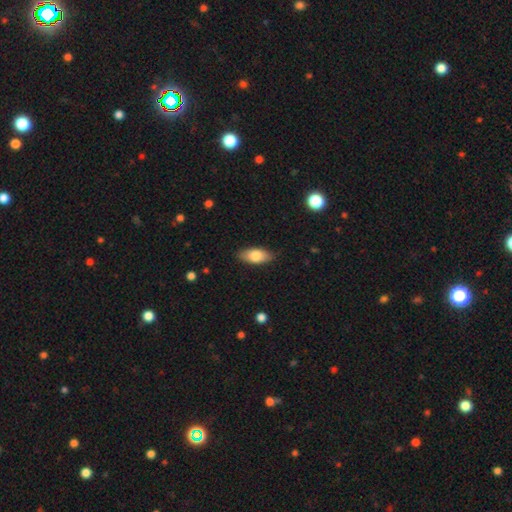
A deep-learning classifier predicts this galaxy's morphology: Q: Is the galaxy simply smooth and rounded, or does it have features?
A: smooth — 79%.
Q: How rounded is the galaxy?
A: in between — 88%.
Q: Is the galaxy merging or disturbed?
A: none — 86%.